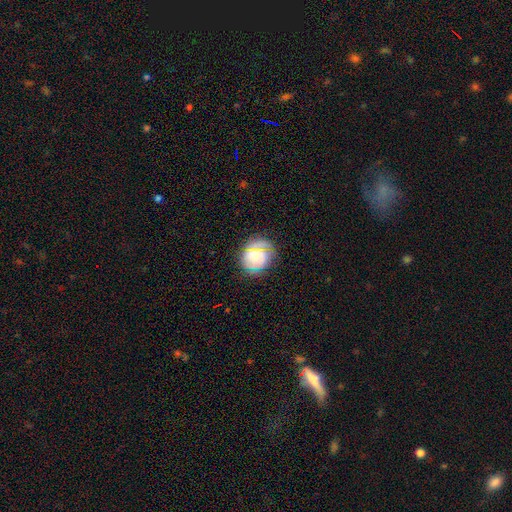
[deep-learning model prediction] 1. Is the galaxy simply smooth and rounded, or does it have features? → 62% smooth, 23% featured or disk, 15% star or artifact.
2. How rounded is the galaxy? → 81% round, 18% in between, 1% cigar-shaped.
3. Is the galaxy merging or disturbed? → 80% none, 15% minor disturbance, 4% major disturbance, 1% merger.